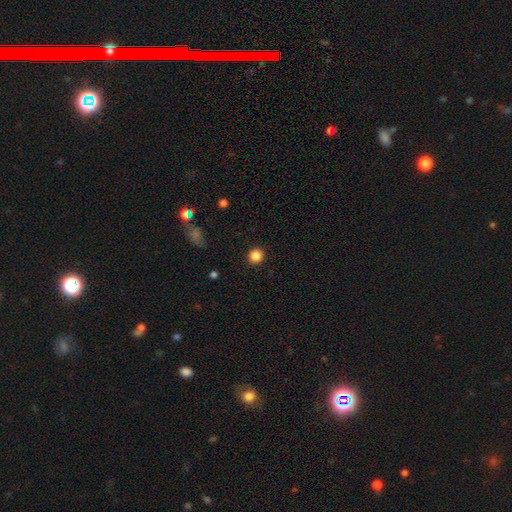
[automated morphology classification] A smooth galaxy with no disk features (85%) that is round (89%).

Vote fractions:
- Smooth or featured? smooth: 85% / star or artifact: 11% / featured or disk: 4%
- How rounded? round: 89% / in between: 10% / cigar-shaped: 1%
- Merging? none: 92% / minor disturbance: 5% / major disturbance: 2% / merger: 1%